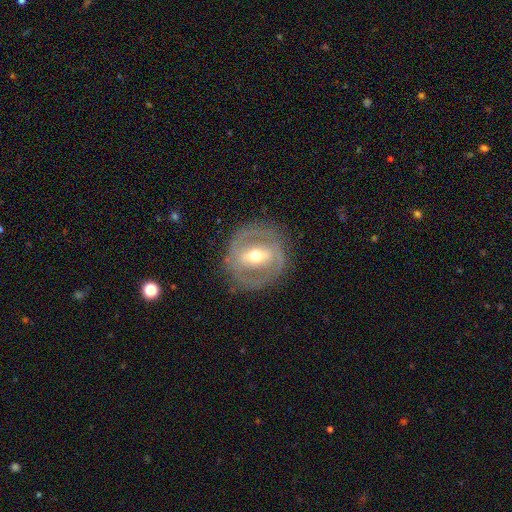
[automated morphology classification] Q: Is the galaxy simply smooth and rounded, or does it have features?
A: featured or disk — 76%.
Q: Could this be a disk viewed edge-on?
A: no — 92%.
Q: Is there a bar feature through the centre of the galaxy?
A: strong — 53%.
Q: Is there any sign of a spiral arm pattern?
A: yes — 54%.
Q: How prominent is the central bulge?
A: moderate — 68%.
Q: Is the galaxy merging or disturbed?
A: none — 80%.